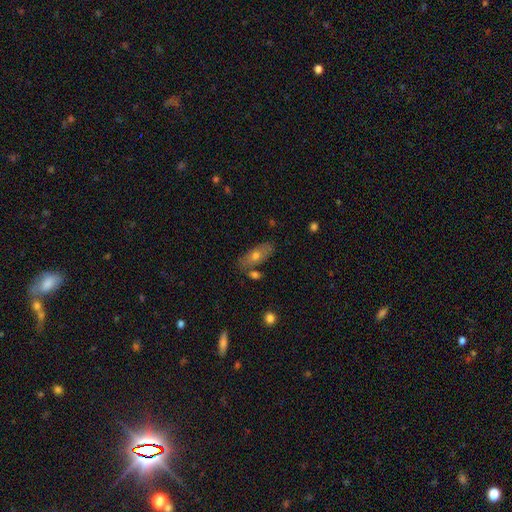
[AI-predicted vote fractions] Overall: smooth (59%; featured or disk 32%). How rounded: in between (78%). Merging: none (74%).